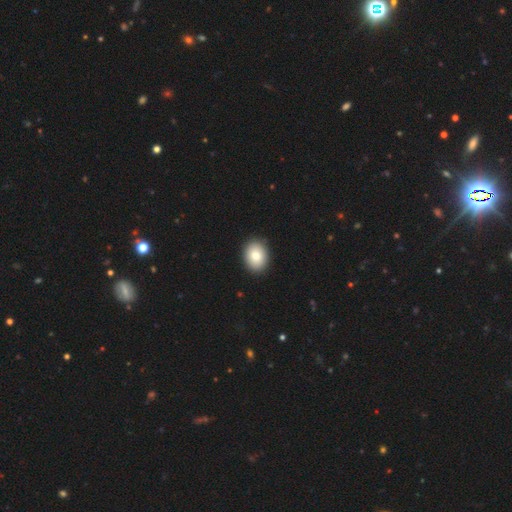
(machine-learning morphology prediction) This appears to be a smooth galaxy with no disk features (82%) that is in between round and cigar-shaped (66%). Merging: none (90%).